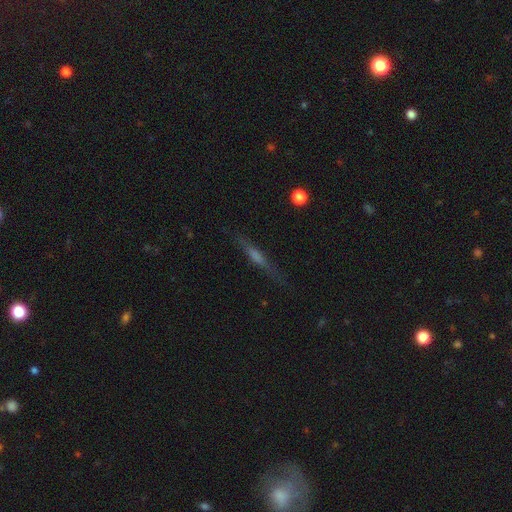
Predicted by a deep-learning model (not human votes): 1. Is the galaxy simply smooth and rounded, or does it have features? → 55% featured or disk, 34% smooth, 10% star or artifact.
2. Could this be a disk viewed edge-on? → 94% yes, 6% no.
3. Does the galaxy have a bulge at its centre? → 43% none, 34% rounded, 23% boxy.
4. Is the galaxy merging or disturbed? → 82% none, 12% minor disturbance, 4% major disturbance, 2% merger.